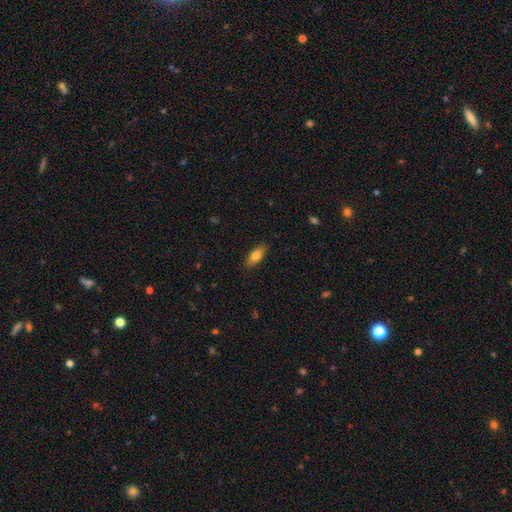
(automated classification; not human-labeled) Smooth or featured? Predicted: smooth (p=0.80). How rounded? Predicted: in between (p=0.77). Merging? Predicted: none (p=0.86).